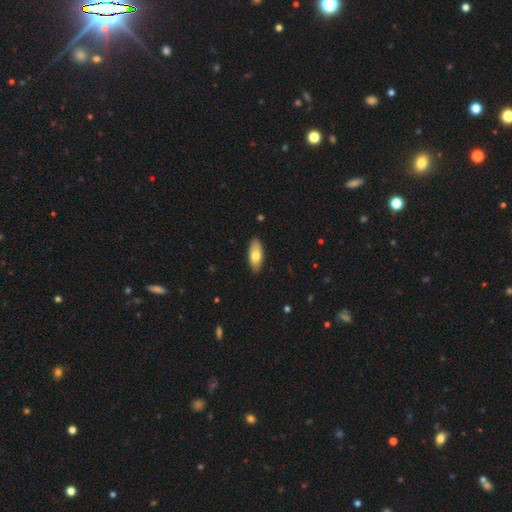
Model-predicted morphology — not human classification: Q: Smooth or featured?
A: smooth (72%); runner-up: featured or disk (22%)
Q: How rounded?
A: in between (82%); runner-up: cigar-shaped (15%)
Q: Merging?
A: none (89%); runner-up: minor disturbance (9%)